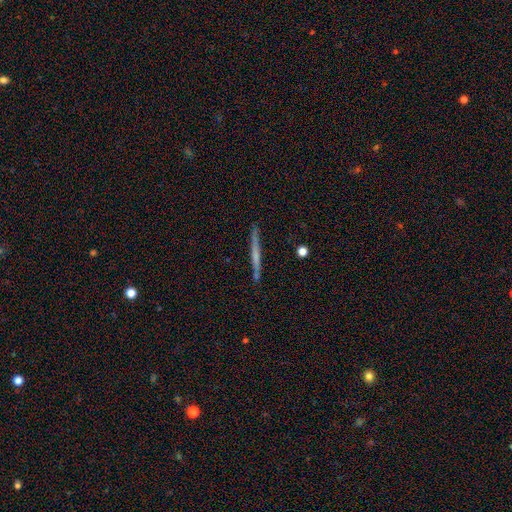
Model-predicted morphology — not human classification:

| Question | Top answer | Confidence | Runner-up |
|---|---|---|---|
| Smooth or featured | featured or disk | 53% | smooth (40%) |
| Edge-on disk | yes | 97% | no (3%) |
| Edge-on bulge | none | 69% | rounded (23%) |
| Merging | none | 87% | minor disturbance (9%) |